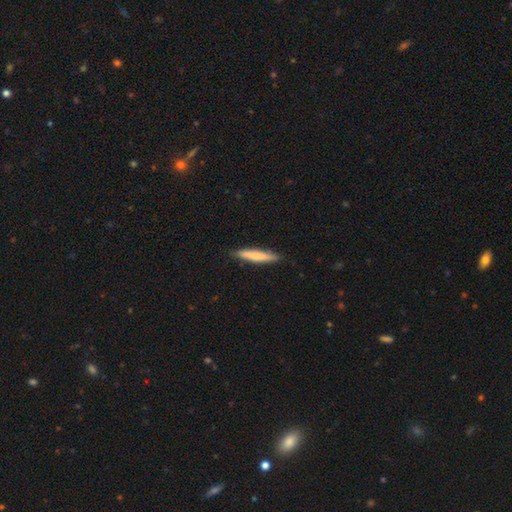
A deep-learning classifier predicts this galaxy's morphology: smooth_or_featured: smooth (p=0.69) [alt: featured or disk p=0.25]
how_rounded: cigar-shaped (p=0.92) [alt: in between p=0.06]
merging: none (p=0.89) [alt: minor disturbance p=0.09]